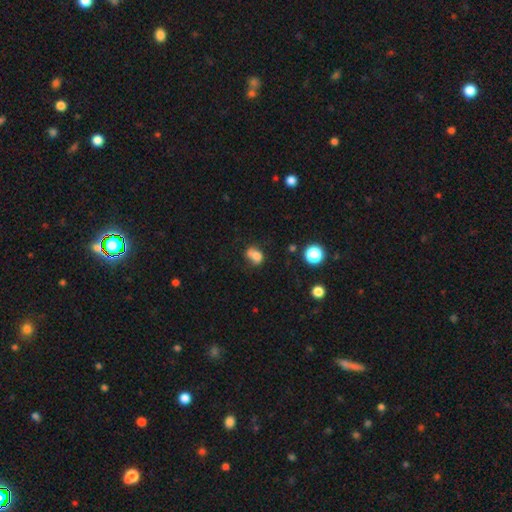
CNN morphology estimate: A smooth galaxy with no disk features (74%) that is in between round and cigar-shaped (60%). Merging: none (37%).